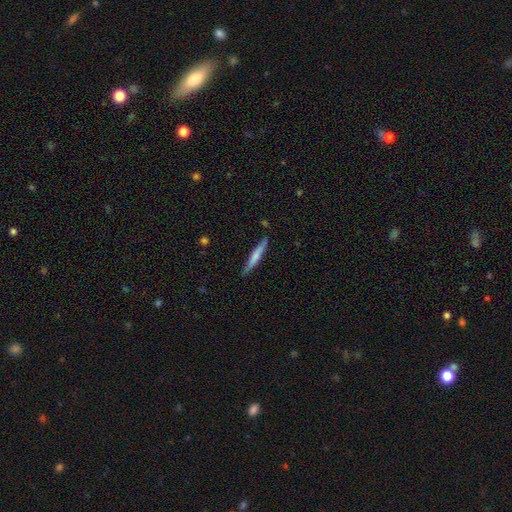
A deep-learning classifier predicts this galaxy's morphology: Smooth or featured: smooth — 57% (featured or disk — 37%)
How rounded: cigar-shaped — 95% (in between — 4%)
Merging: none — 85% (minor disturbance — 12%)